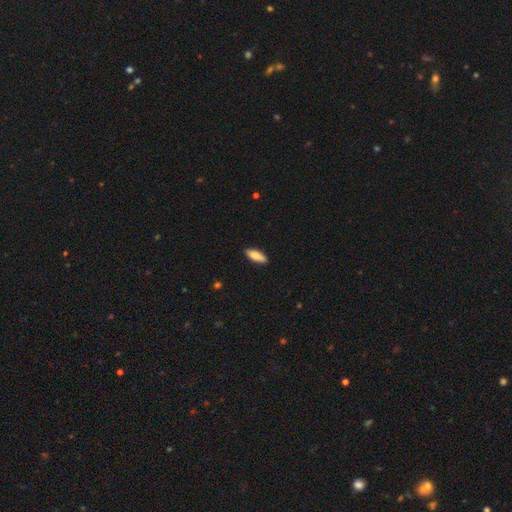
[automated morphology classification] The model was most divided on "how rounded": in between: 66%, cigar-shaped: 32%, round: 2%. More confident: merging — none (88%); smooth or featured — smooth (84%).